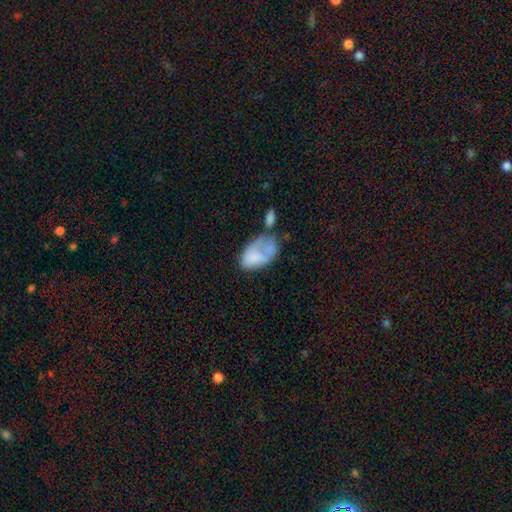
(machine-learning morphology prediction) This is likely a smooth galaxy (65%). How rounded: clearly in between (92%). Merging: marginally major disturbance (27%).